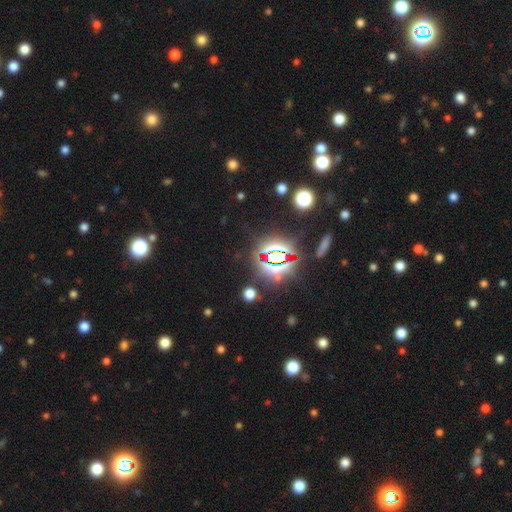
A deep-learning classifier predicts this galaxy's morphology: Smooth or featured: star or artifact — 79% (smooth — 14%)